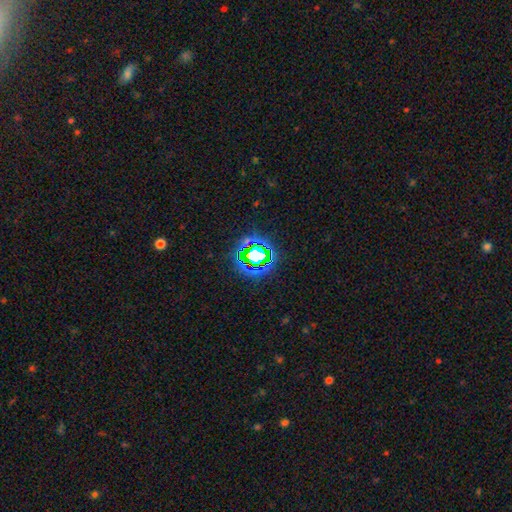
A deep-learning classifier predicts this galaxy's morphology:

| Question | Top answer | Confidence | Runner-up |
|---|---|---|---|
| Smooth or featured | star or artifact | 64% | smooth (23%) |